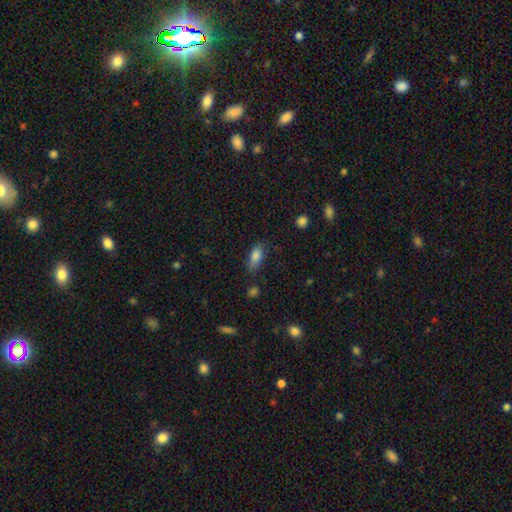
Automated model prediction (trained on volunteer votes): Smooth or featured?
  - smooth: 83% *
  - featured or disk: 9%
  - star or artifact: 8%
How rounded?
  - in between: 84% *
  - cigar-shaped: 12%
  - round: 4%
Merging?
  - none: 73% *
  - minor disturbance: 20%
  - major disturbance: 5%
  - merger: 3%